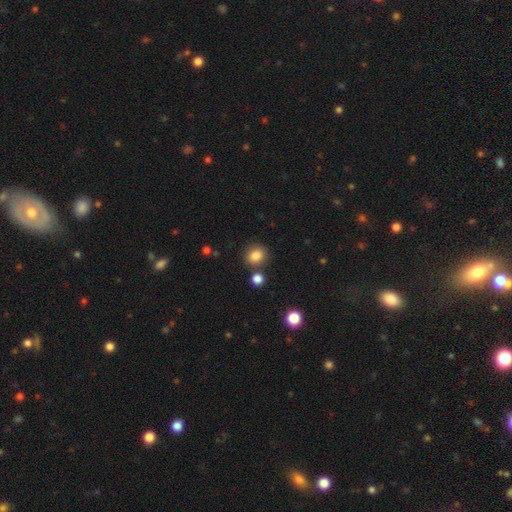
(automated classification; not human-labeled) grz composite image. It shows a smooth galaxy with no disk features (84%) that is round (64%). Merging: none (79%).